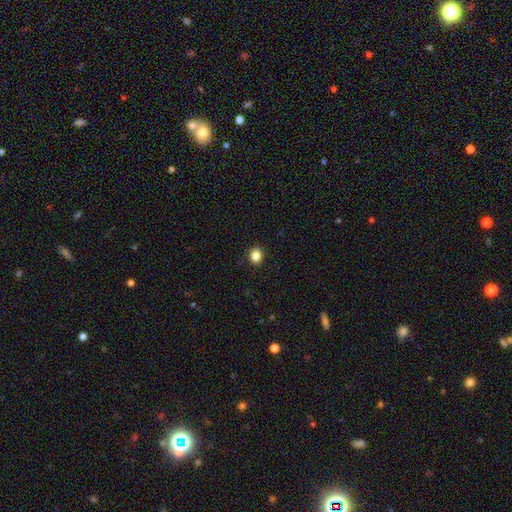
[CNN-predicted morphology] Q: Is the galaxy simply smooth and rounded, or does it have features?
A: smooth — 86%.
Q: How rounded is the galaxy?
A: round — 67%.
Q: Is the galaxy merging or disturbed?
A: none — 91%.